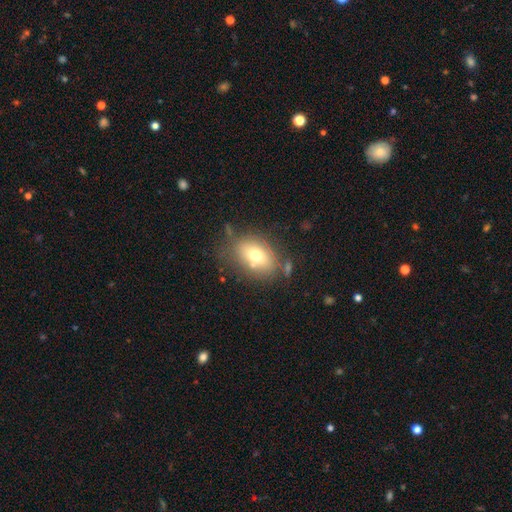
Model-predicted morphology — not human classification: Q: Smooth or featured?
A: smooth (70%); runner-up: featured or disk (20%)
Q: How rounded?
A: in between (78%); runner-up: round (21%)
Q: Merging?
A: none (67%); runner-up: minor disturbance (18%)